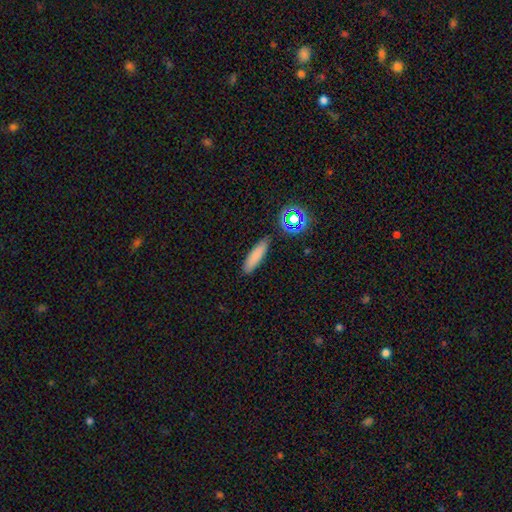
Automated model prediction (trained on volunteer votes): Q: Smooth or featured?
A: smooth (79%); runner-up: star or artifact (12%)
Q: How rounded?
A: cigar-shaped (67%); runner-up: in between (31%)
Q: Merging?
A: none (86%); runner-up: minor disturbance (9%)